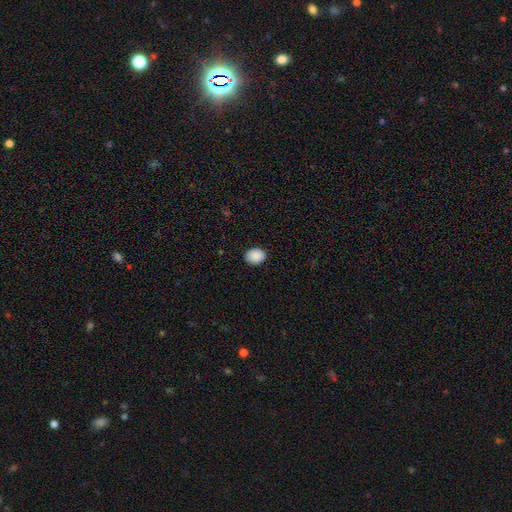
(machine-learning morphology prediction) The model was most divided on "how rounded": in between: 55%, round: 44%, cigar-shaped: 1%. More confident: smooth or featured — smooth (90%); merging — none (89%).